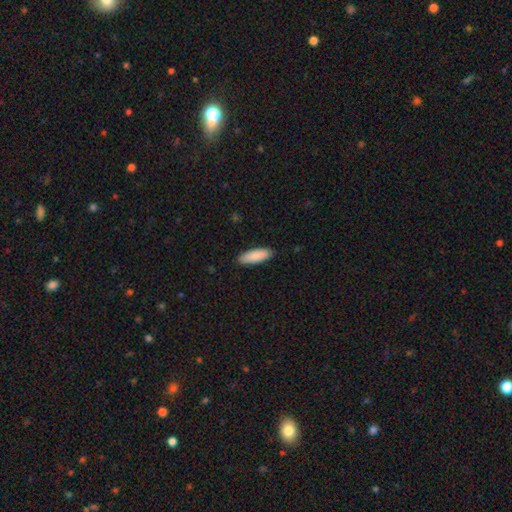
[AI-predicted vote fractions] Morphology: type=smooth (89%); roundness=in between (58%); merging=none (89%).